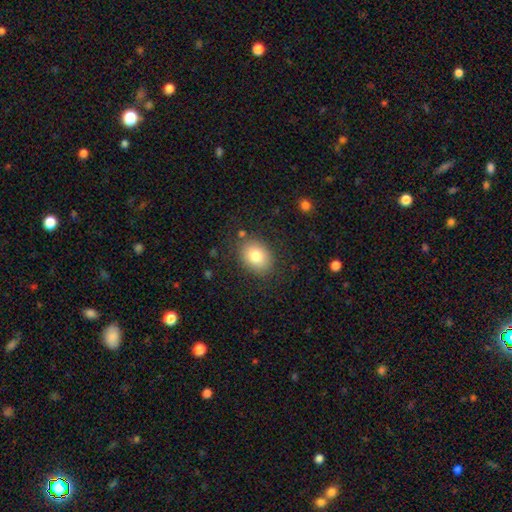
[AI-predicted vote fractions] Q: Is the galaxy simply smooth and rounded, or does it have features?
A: smooth — 80%.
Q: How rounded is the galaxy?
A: in between — 60%.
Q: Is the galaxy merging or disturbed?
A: none — 82%.